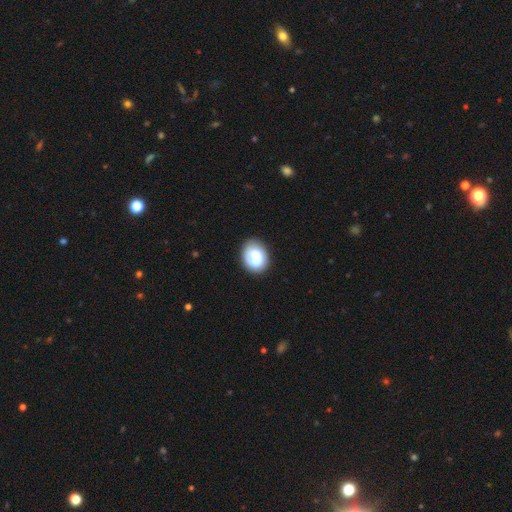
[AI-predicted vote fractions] Smooth or featured?
  - smooth: 73% *
  - featured or disk: 20%
  - star or artifact: 7%
How rounded?
  - in between: 54% *
  - round: 45%
  - cigar-shaped: 1%
Merging?
  - none: 80% *
  - minor disturbance: 15%
  - major disturbance: 4%
  - merger: 1%